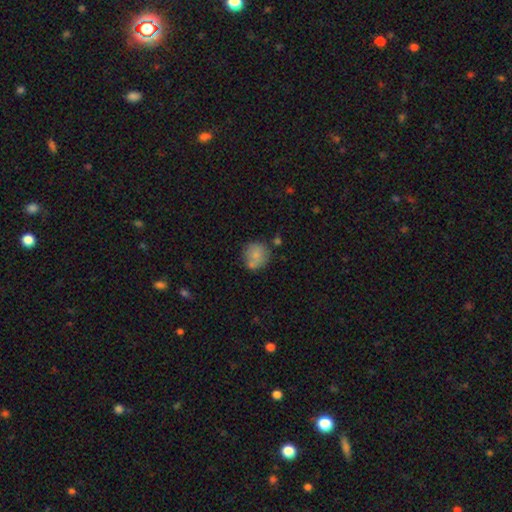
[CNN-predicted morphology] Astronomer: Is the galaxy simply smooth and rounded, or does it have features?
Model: smooth — 75%.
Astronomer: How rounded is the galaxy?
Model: round — 85%.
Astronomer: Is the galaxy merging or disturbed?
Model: none — 59%.